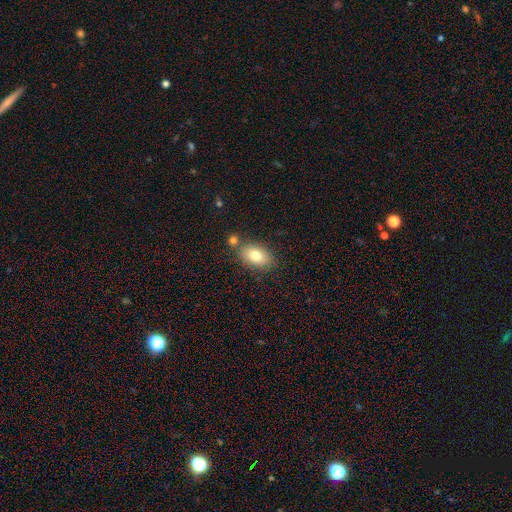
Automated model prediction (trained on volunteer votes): A smooth galaxy with no disk features (81%) that is in between round and cigar-shaped (88%). Merging: none (72%).